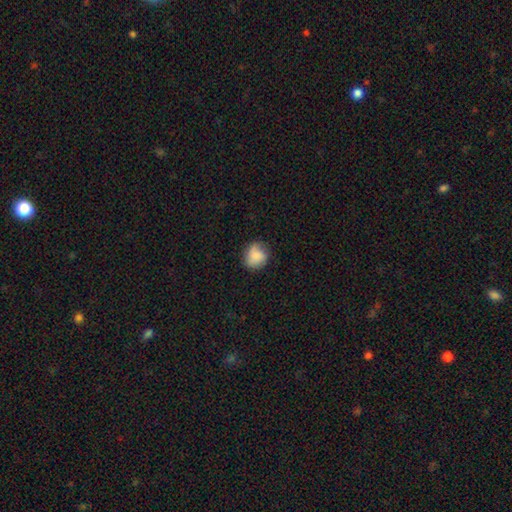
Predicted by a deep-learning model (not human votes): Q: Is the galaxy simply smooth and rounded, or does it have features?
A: smooth — 81%.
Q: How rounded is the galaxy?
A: round — 69%.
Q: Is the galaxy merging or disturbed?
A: none — 67%.